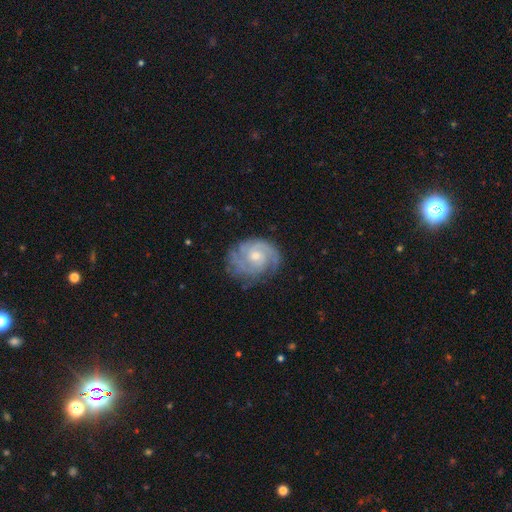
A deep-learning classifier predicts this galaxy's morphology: featured or disk 86%, smooth 9%, star or artifact 5%. Down the decision tree: edge-on disk — no (98%); bar — no (66%); spiral arms — yes (97%); spiral arm count — 2 (47%); spiral winding — tight (61%); bulge size — moderate (51%); merging — none (75%).